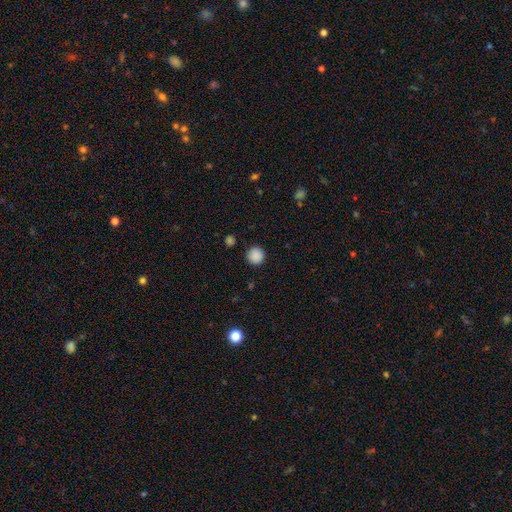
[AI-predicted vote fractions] Morphology: type=smooth (88%); roundness=round (95%); merging=none (90%).